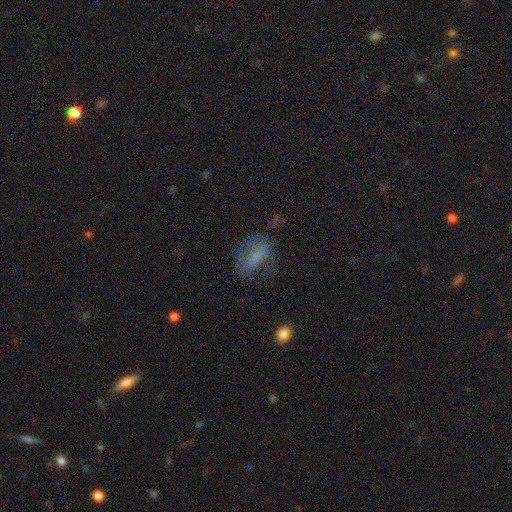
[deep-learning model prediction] Overall: smooth (55%; featured or disk 32%). How rounded: in between (80%). Merging: none (49%; major disturbance 25%).